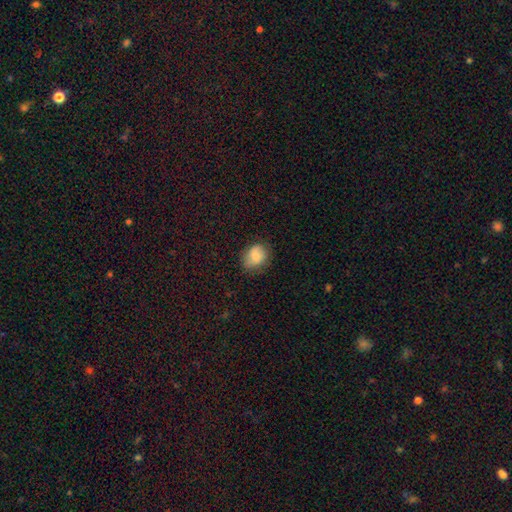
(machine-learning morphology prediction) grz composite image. It shows a smooth galaxy with no disk features (77%) that is in between round and cigar-shaped (53%). Merging: none (70%).